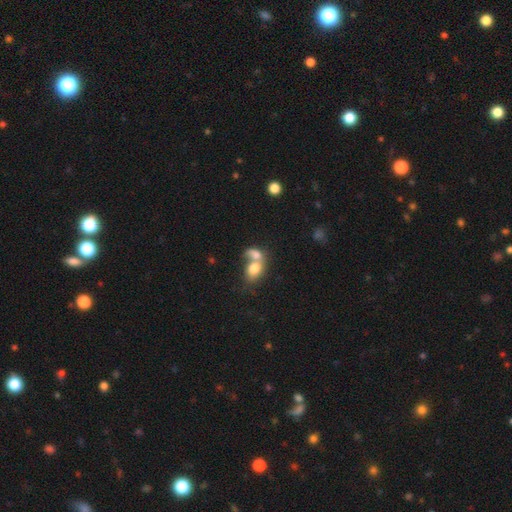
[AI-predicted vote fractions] This is likely a smooth galaxy (75%). How rounded: likely in between (70%). Merging: likely merger (73%).